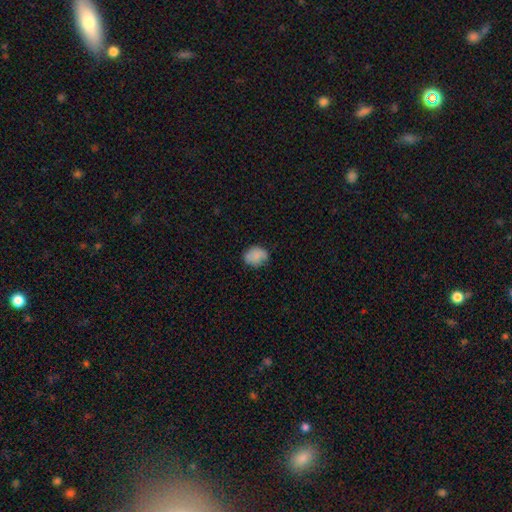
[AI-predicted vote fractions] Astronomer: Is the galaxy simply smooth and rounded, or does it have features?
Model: smooth — 82%.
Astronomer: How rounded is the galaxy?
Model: in between — 52% (runner-up: round, 47%).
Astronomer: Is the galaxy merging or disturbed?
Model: none — 70%.